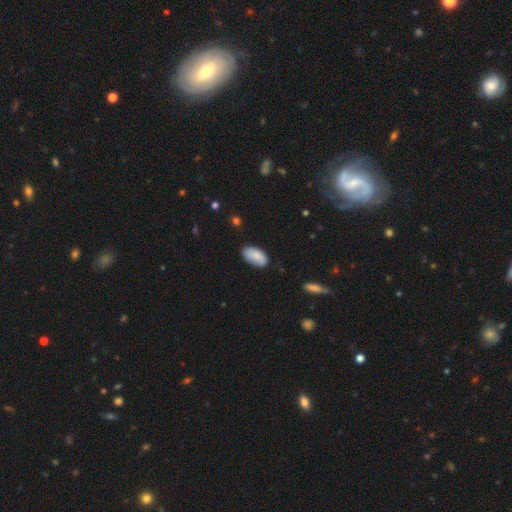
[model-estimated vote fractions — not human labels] smooth_or_featured: smooth (p=0.81) [alt: featured or disk p=0.12]
how_rounded: in between (p=0.94) [alt: cigar-shaped p=0.04]
merging: none (p=0.75) [alt: minor disturbance p=0.19]